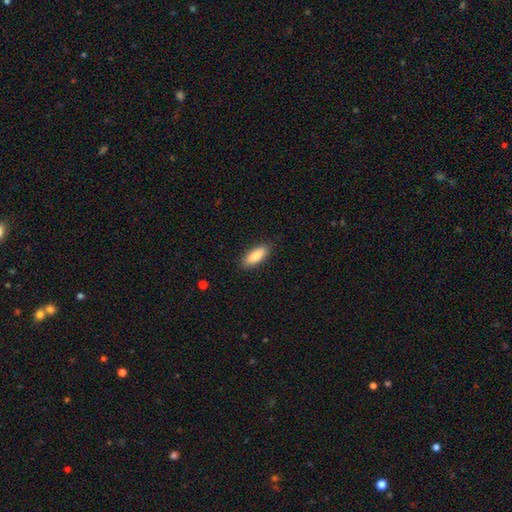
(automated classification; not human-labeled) smooth 86%, featured or disk 9%, star or artifact 6%. Down the decision tree: how rounded — in between (72%); merging — none (88%).